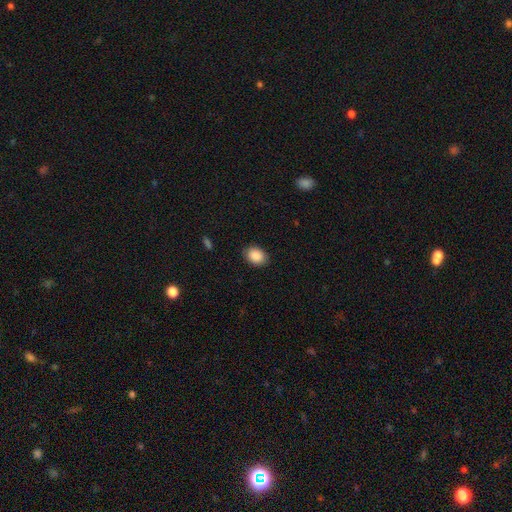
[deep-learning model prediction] Smooth or featured? Predicted: smooth (p=0.89). How rounded? Predicted: in between (p=0.70). Merging? Predicted: none (p=0.86).